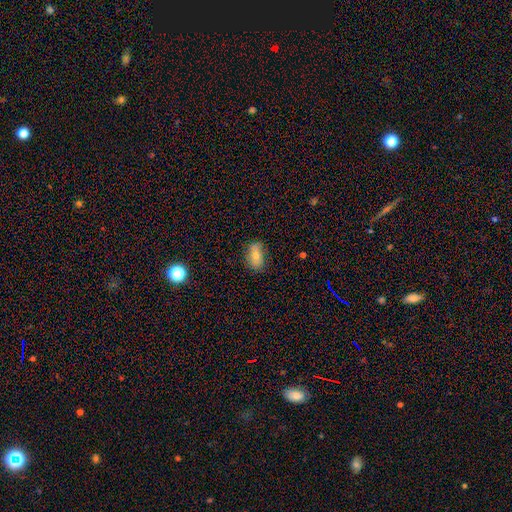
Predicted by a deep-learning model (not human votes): smooth_or_featured: smooth (p=0.70) [alt: featured or disk p=0.21]
how_rounded: in between (p=0.87) [alt: round p=0.10]
merging: none (p=0.76) [alt: minor disturbance p=0.19]